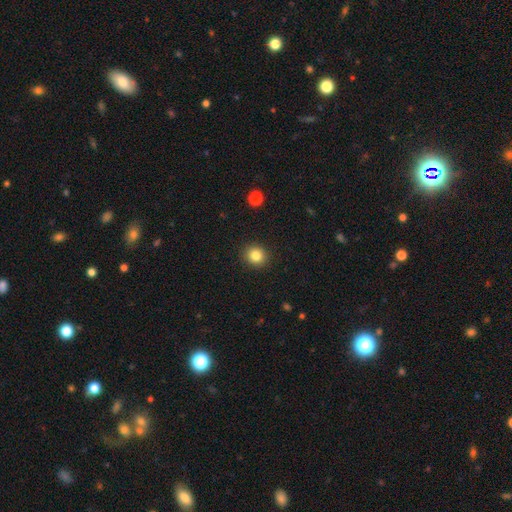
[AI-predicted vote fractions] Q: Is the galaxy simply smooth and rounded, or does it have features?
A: smooth — 83%.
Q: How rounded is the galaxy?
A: round — 85%.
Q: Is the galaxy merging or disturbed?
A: none — 92%.